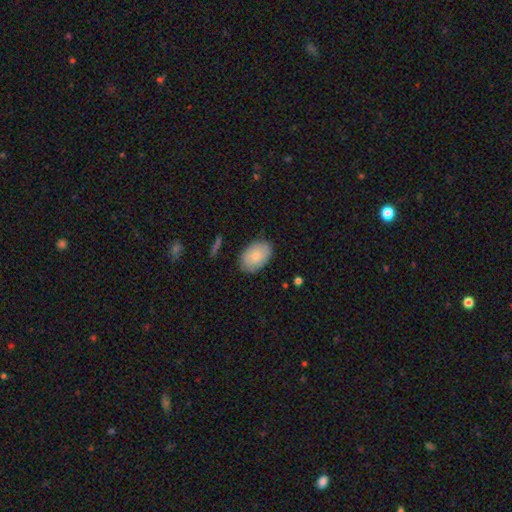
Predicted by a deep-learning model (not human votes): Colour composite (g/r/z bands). It shows a smooth galaxy with no disk features (76%) that is in between round and cigar-shaped (87%). Merging: none (82%).